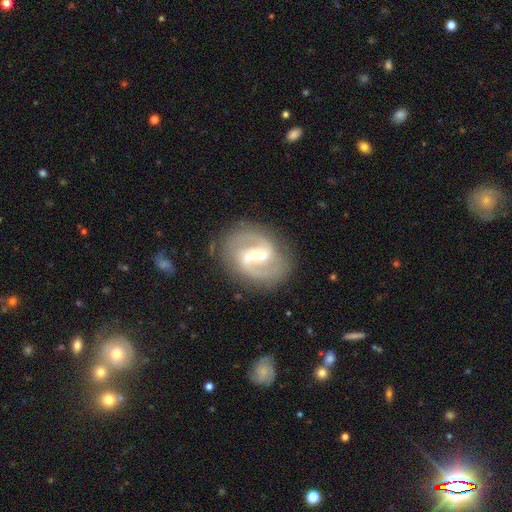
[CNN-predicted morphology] smooth_or_featured: featured or disk (p=0.88) [alt: smooth p=0.07]
disk_edge_on: no (p=0.97) [alt: yes p=0.03]
bar: strong (p=0.52) [alt: weak p=0.39]
has_spiral_arms: yes (p=0.96) [alt: no p=0.04]
spiral_winding: medium (p=0.55) [alt: loose p=0.25]
spiral_arm_count: 2 (p=0.91) [alt: can't tell p=0.03]
bulge_size: small (p=0.54) [alt: moderate p=0.38]
merging: none (p=0.81) [alt: minor disturbance p=0.12]